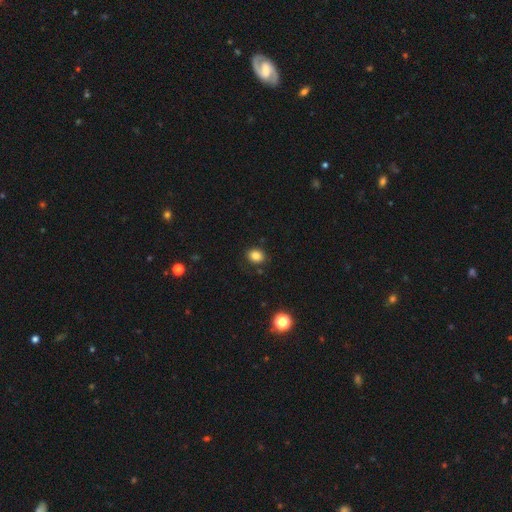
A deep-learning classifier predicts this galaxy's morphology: Overall: smooth (84%). How rounded: round (57%; in between 42%). Merging: none (85%).